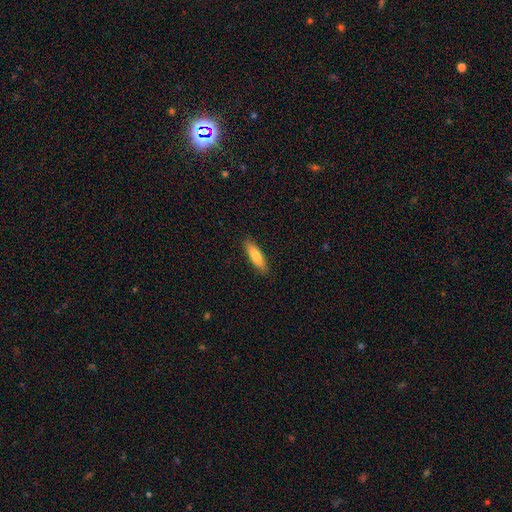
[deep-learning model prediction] Q: Smooth or featured?
A: smooth (78%); runner-up: featured or disk (16%)
Q: How rounded?
A: cigar-shaped (62%); runner-up: in between (36%)
Q: Merging?
A: none (89%); runner-up: minor disturbance (8%)